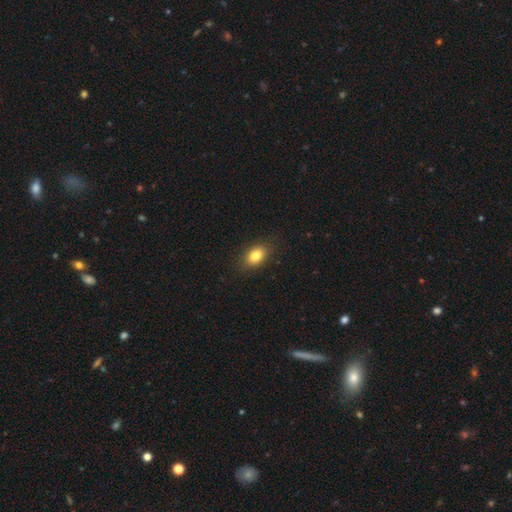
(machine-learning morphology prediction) A smooth galaxy with no disk features (82%) that is in between round and cigar-shaped (82%). Merging: none (87%).